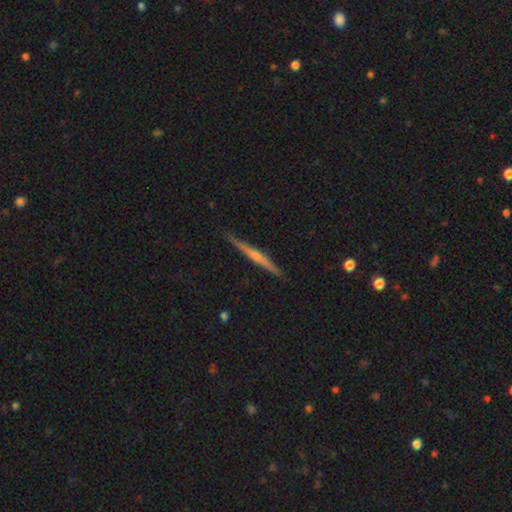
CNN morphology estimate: Smooth or featured? featured or disk (72%)
Edge-on disk? yes (98%)
Edge-on bulge? rounded (66%)
Merging? none (89%)